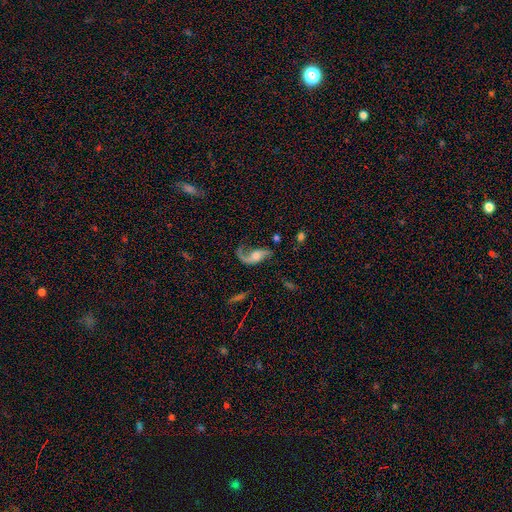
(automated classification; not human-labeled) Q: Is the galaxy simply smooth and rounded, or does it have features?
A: featured or disk — 78%.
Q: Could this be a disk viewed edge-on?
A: no — 95%.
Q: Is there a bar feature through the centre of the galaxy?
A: no — 63%.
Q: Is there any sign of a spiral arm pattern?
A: yes — 92%.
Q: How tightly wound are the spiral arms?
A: loose — 78%.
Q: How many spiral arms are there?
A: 2 — 56%.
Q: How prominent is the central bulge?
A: moderate — 39%.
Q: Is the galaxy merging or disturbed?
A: none — 46%.